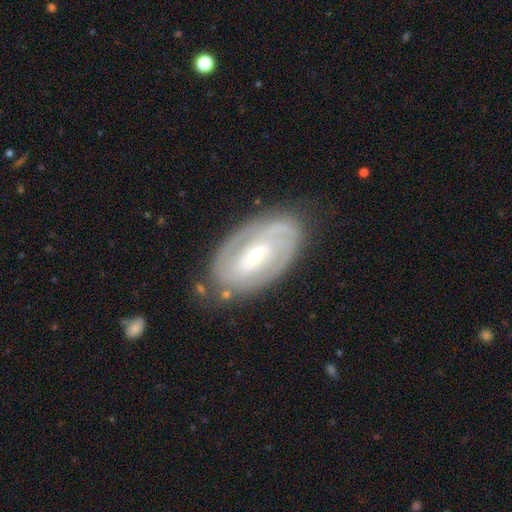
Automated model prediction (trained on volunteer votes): featured or disk 82%, smooth 12%, star or artifact 5%. Down the decision tree: edge-on disk — no (95%); bar — weak (45%); spiral arms — yes (92%); spiral arm count — 2 (58%); spiral winding — tight (66%); bulge size — small (55%); merging — none (76%).